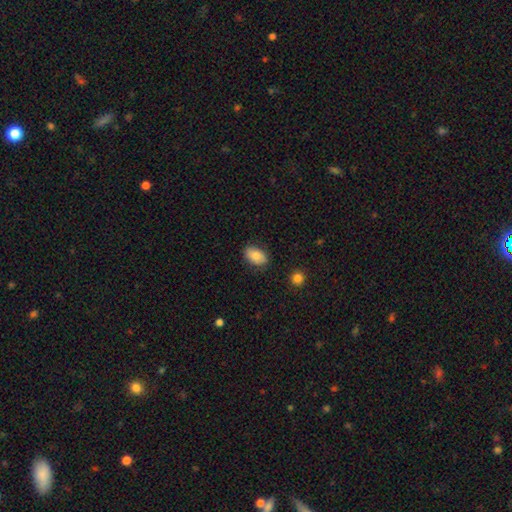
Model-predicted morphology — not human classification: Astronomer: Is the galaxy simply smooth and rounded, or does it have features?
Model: smooth — 83%.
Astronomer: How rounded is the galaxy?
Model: in between — 89%.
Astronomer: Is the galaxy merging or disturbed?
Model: none — 83%.